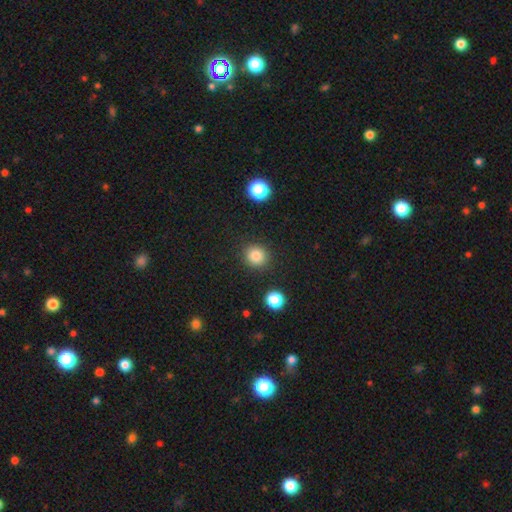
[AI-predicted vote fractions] smooth_or_featured: smooth (p=0.84) [alt: star or artifact p=0.11]
how_rounded: round (p=0.90) [alt: in between p=0.09]
merging: none (p=0.88) [alt: minor disturbance p=0.07]